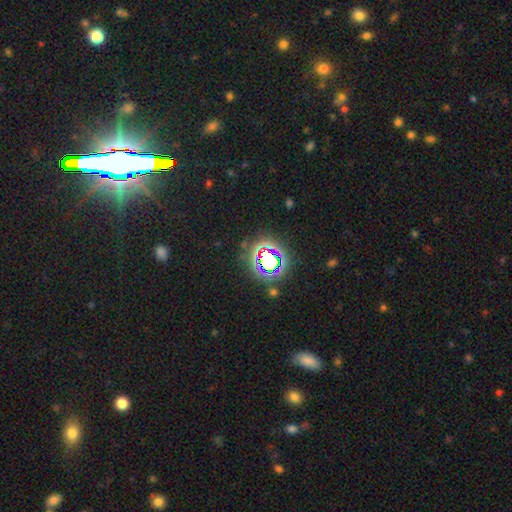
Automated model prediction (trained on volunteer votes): The model was most divided on "smooth or featured": star or artifact: 81%, smooth: 11%, featured or disk: 8%.